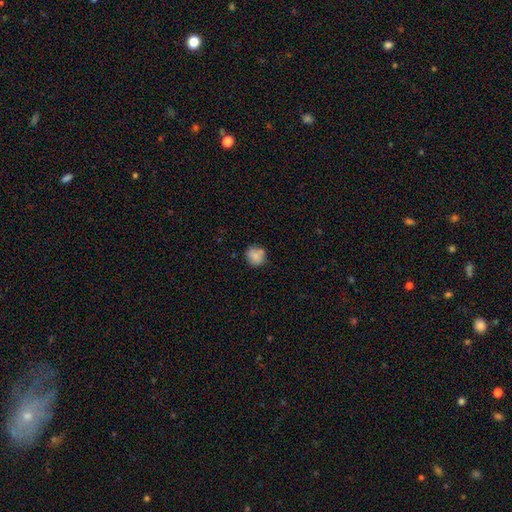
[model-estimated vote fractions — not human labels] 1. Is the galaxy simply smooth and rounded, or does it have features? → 81% smooth, 10% featured or disk, 9% star or artifact.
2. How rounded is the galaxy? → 80% round, 19% in between, 1% cigar-shaped.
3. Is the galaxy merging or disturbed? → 68% none, 17% minor disturbance, 11% merger, 4% major disturbance.